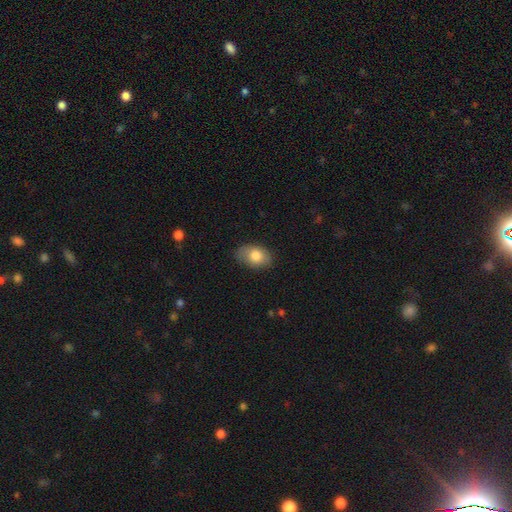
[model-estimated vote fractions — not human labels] Smooth or featured? smooth (80%)
How rounded? in between (86%)
Merging? none (76%)